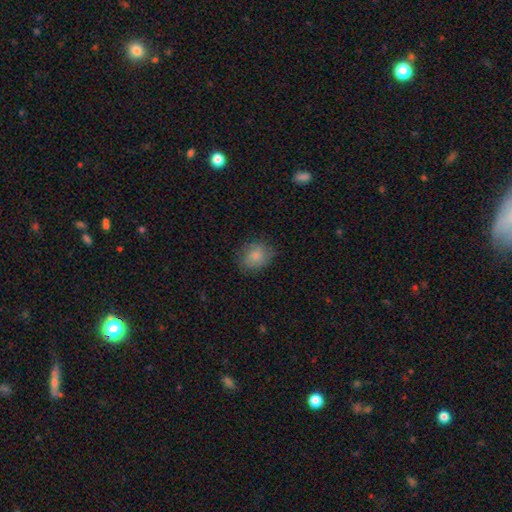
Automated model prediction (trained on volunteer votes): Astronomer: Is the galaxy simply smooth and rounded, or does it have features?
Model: smooth — 81%.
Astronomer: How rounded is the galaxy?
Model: round — 59% (runner-up: in between, 40%).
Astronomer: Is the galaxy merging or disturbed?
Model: none — 75%.